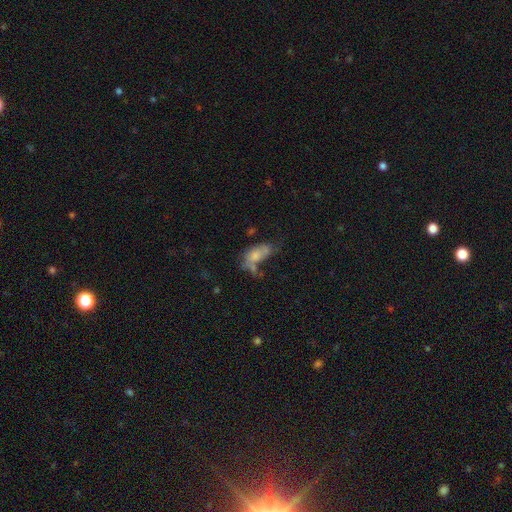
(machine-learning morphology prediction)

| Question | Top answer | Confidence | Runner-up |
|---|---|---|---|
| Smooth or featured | smooth | 60% | featured or disk (30%) |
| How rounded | in between | 87% | cigar-shaped (7%) |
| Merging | major disturbance | 27% | none (26%) |